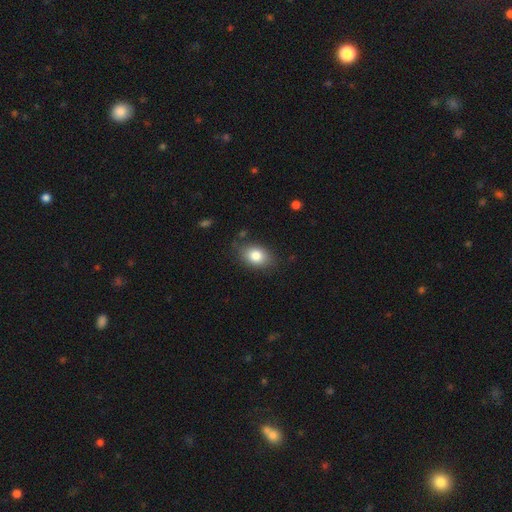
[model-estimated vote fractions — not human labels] smooth-or-featured: smooth: 81% | featured or disk: 10% | star or artifact: 8%
  how-rounded: in between: 79% | round: 20% | cigar-shaped: 1%
  merging: none: 81% | minor disturbance: 14% | major disturbance: 3% | merger: 2%